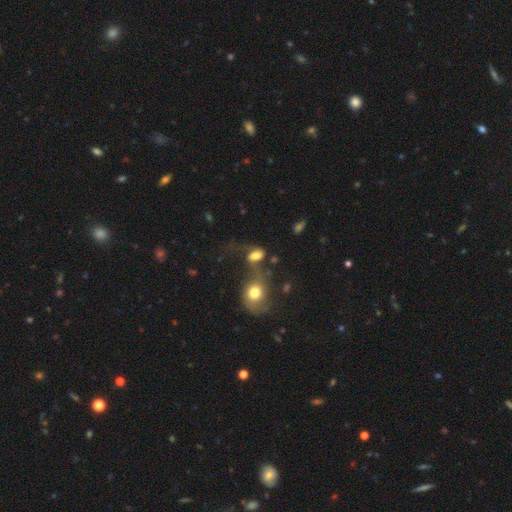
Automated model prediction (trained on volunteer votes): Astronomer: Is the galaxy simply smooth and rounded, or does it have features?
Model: smooth — 64%.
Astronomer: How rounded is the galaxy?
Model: in between — 76%.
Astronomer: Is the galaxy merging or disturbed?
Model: merger — 44% (runner-up: major disturbance, 24%).